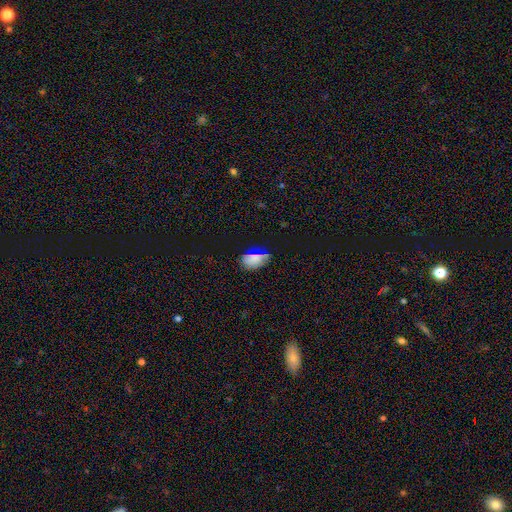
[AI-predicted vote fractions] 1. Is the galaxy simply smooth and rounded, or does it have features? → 71% smooth, 21% star or artifact, 8% featured or disk.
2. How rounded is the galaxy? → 88% in between, 8% round, 4% cigar-shaped.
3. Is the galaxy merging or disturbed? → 72% none, 20% minor disturbance, 5% major disturbance, 3% merger.